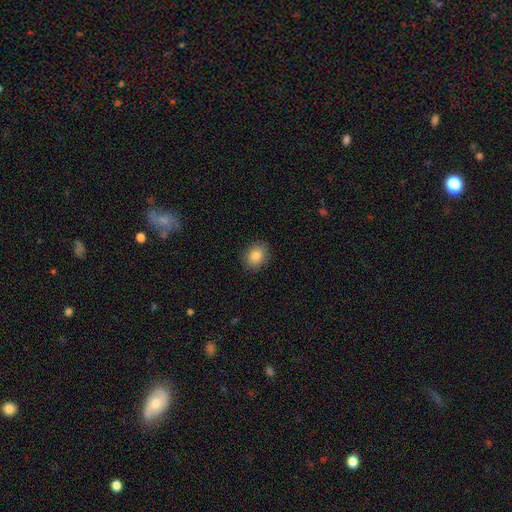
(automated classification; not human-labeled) A smooth galaxy with no disk features (85%) that is in between round and cigar-shaped (63%). Merging: none (88%).